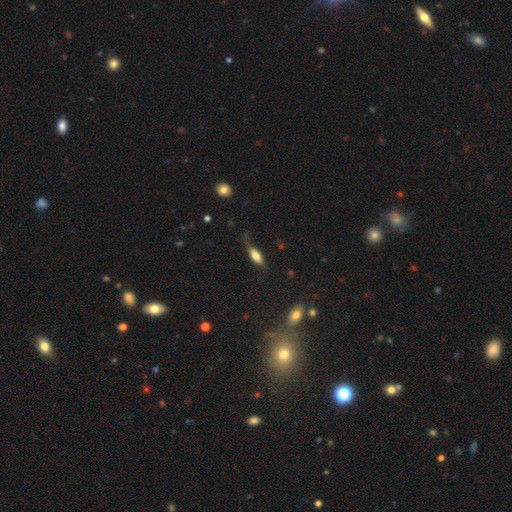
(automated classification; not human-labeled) The model was most divided on "merging": none: 50%, minor disturbance: 28%, major disturbance: 19%, merger: 3%. More confident: how rounded — in between (59%); smooth or featured — smooth (58%).